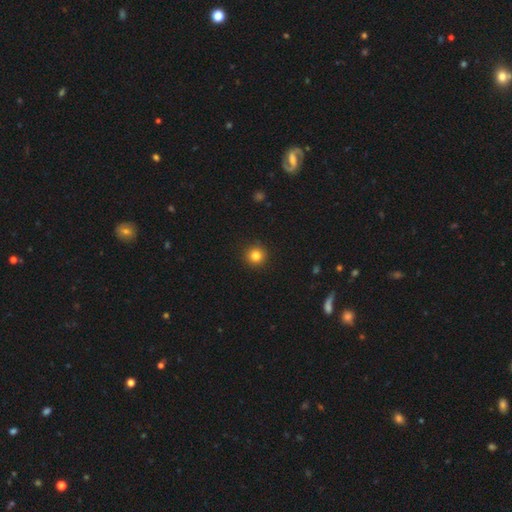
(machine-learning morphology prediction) type=smooth (83%); roundness=round (95%); merging=none (92%).